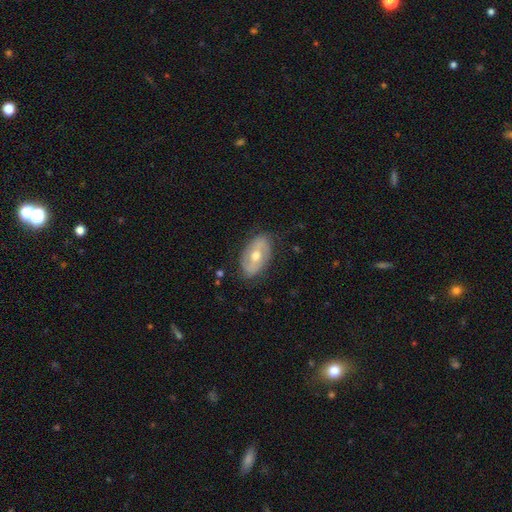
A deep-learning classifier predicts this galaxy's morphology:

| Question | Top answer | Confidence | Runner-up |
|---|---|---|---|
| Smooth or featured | featured or disk | 58% | smooth (36%) |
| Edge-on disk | no | 91% | yes (9%) |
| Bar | no | 43% | weak (35%) |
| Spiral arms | yes | 58% | no (42%) |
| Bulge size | moderate | 76% | small (16%) |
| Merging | none | 78% | minor disturbance (16%) |